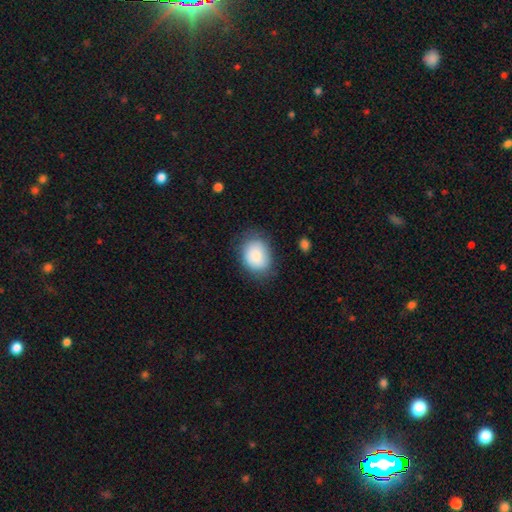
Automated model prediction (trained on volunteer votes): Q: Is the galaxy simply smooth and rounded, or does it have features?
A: smooth — 85%.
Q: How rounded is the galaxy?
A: in between — 61%.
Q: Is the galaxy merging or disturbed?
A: none — 73%.